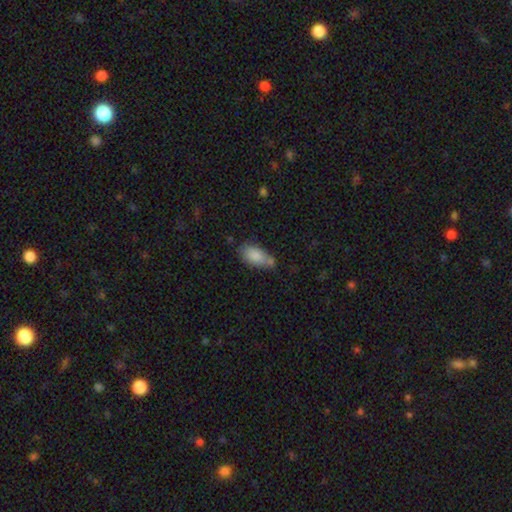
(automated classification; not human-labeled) A smooth galaxy with no disk features (84%) that is in between round and cigar-shaped (91%). Merging: none (54%).